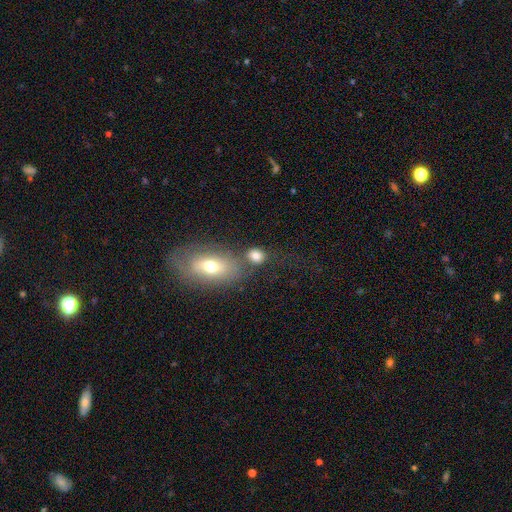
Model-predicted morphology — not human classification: Smooth or featured? Predicted: smooth (p=0.78). How rounded? Predicted: round (p=0.50). Merging? Predicted: none (p=0.55).